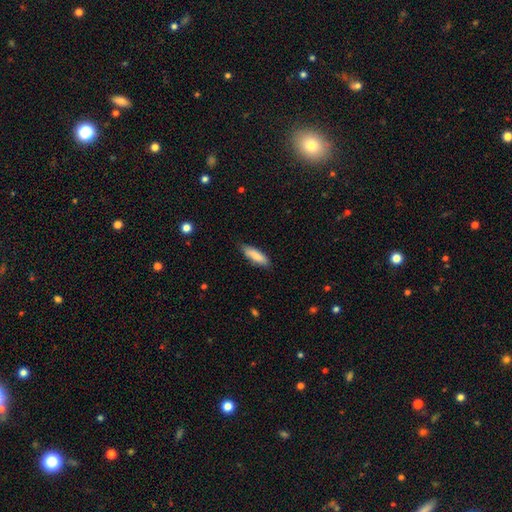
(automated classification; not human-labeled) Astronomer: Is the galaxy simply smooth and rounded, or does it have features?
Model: smooth — 81%.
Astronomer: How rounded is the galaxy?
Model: cigar-shaped — 52% (runner-up: in between, 47%).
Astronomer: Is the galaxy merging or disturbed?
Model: none — 83%.